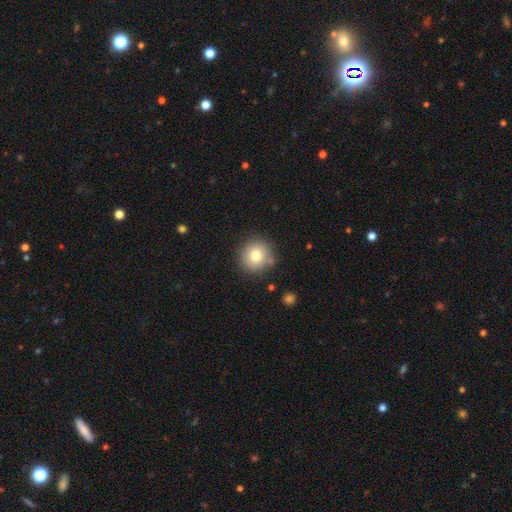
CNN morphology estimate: Q: Smooth or featured?
A: smooth (77%); runner-up: featured or disk (11%)
Q: How rounded?
A: round (93%); runner-up: in between (6%)
Q: Merging?
A: none (84%); runner-up: minor disturbance (10%)